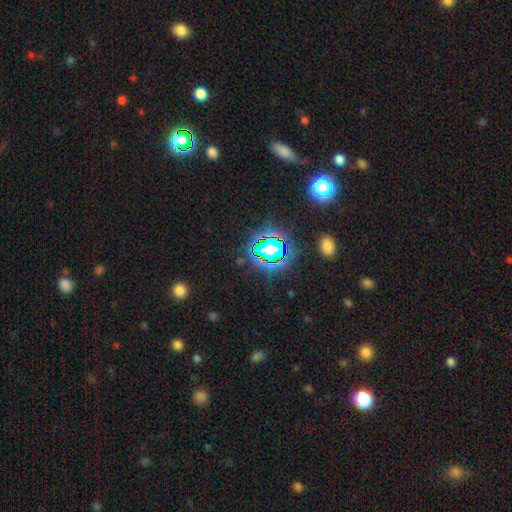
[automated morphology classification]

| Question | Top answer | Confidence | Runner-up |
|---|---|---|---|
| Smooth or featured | star or artifact | 77% | smooth (16%) |